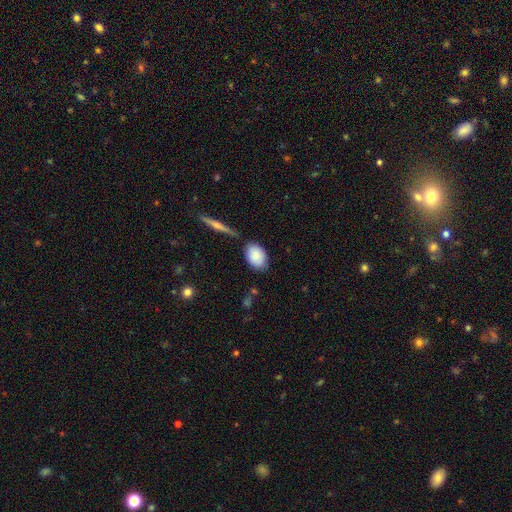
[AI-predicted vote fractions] Q: Smooth or featured?
A: smooth (84%); runner-up: featured or disk (10%)
Q: How rounded?
A: in between (85%); runner-up: round (13%)
Q: Merging?
A: none (74%); runner-up: minor disturbance (16%)